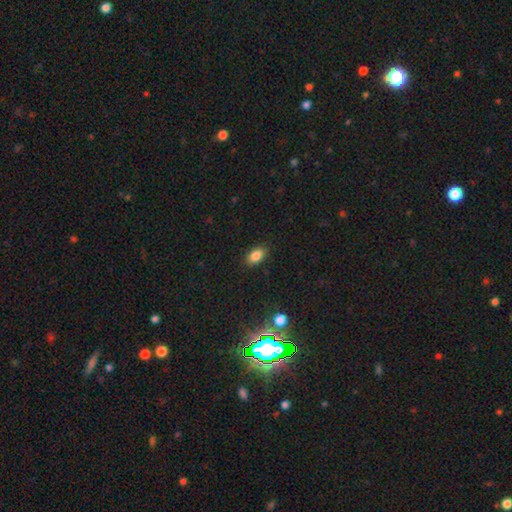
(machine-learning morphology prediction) smooth 84%, star or artifact 10%, featured or disk 6%. Down the decision tree: how rounded — in between (89%); merging — none (87%).